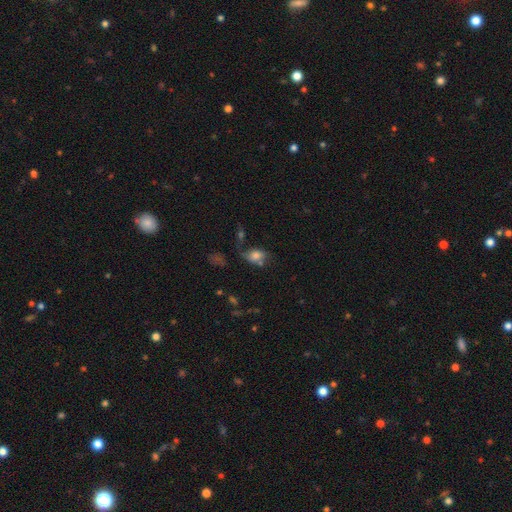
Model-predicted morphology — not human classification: A smooth galaxy with no disk features (68%) that is in between round and cigar-shaped (74%). Merging: none (36%).